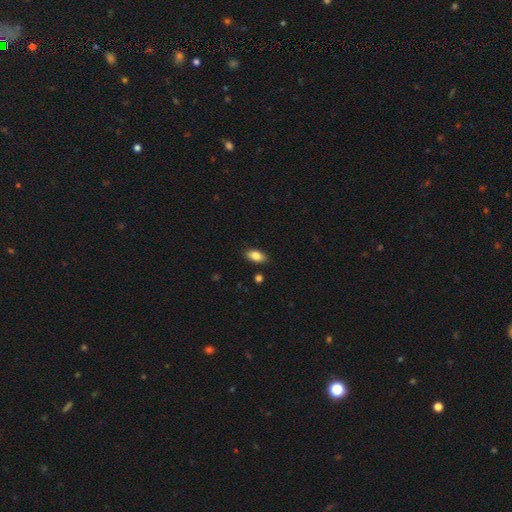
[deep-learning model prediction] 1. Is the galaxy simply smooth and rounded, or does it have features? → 84% smooth, 9% featured or disk, 7% star or artifact.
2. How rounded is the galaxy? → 91% in between, 5% cigar-shaped, 4% round.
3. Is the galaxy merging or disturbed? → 87% none, 10% minor disturbance, 2% major disturbance, 2% merger.